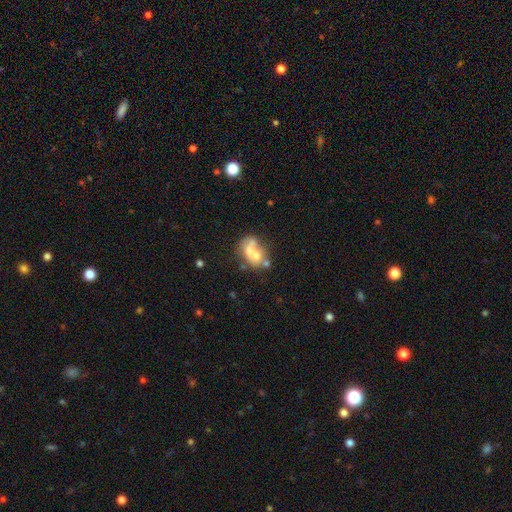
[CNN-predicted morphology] Smooth or featured?
  - smooth: 49% *
  - featured or disk: 40%
  - star or artifact: 11%
Merging?
  - merger: 53% *
  - none: 24%
  - minor disturbance: 12%
  - major disturbance: 11%